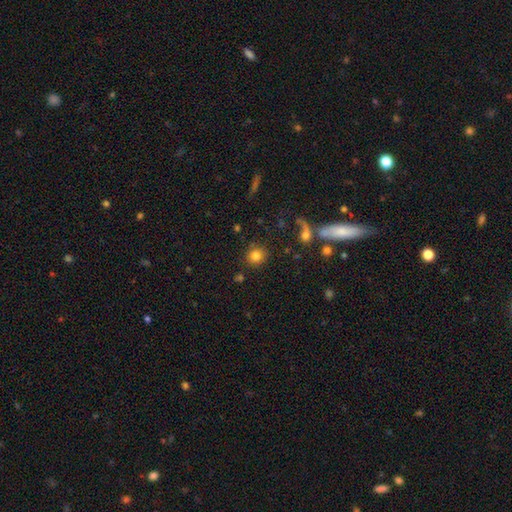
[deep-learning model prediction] Morphology: type=smooth (81%); roundness=round (89%); merging=none (85%).